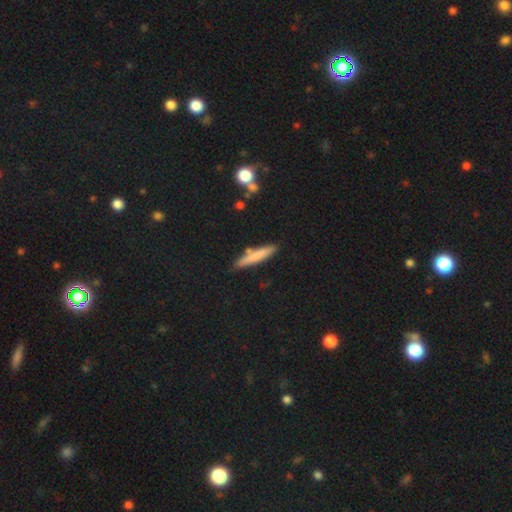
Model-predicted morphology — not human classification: Smooth or featured? Predicted: smooth (p=0.73). How rounded? Predicted: cigar-shaped (p=0.91). Merging? Predicted: none (p=0.80).